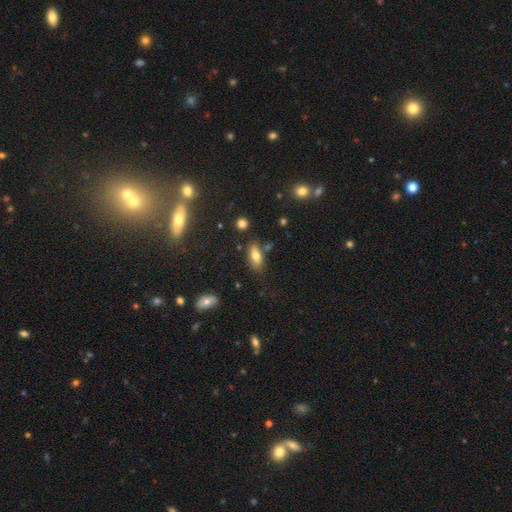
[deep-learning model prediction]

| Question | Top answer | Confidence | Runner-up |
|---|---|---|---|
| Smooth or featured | smooth | 71% | featured or disk (18%) |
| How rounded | in between | 82% | cigar-shaped (14%) |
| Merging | none | 75% | minor disturbance (15%) |